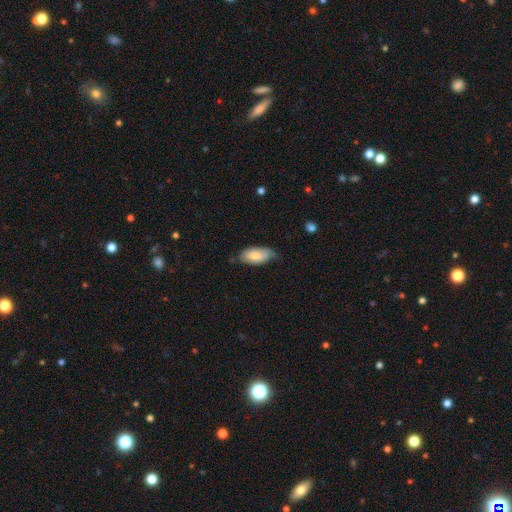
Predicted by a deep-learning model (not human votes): Smooth or featured? Predicted: smooth (p=0.75). How rounded? Predicted: in between (p=0.91). Merging? Predicted: none (p=0.59).